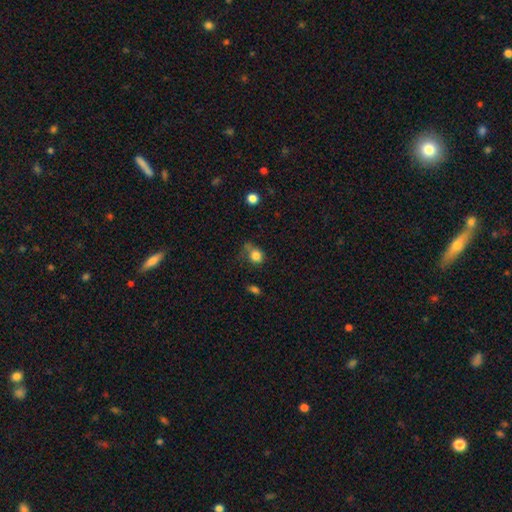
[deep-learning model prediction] smooth 81%, star or artifact 11%, featured or disk 8%. Down the decision tree: how rounded — round (70%); merging — none (43%).